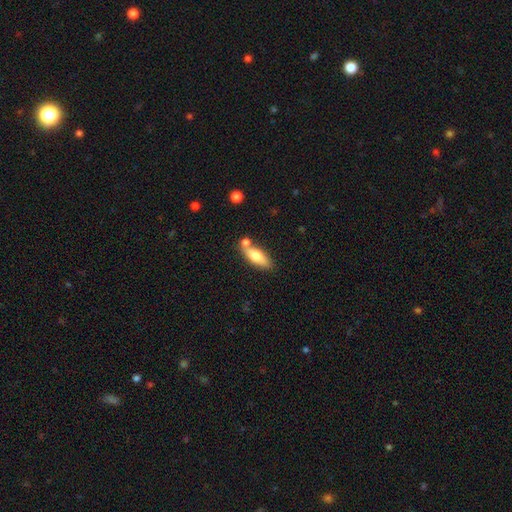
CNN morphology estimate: smooth_or_featured: smooth (p=0.69) [alt: featured or disk p=0.25]
how_rounded: in between (p=0.62) [alt: cigar-shaped p=0.36]
merging: none (p=0.66) [alt: merger p=0.17]